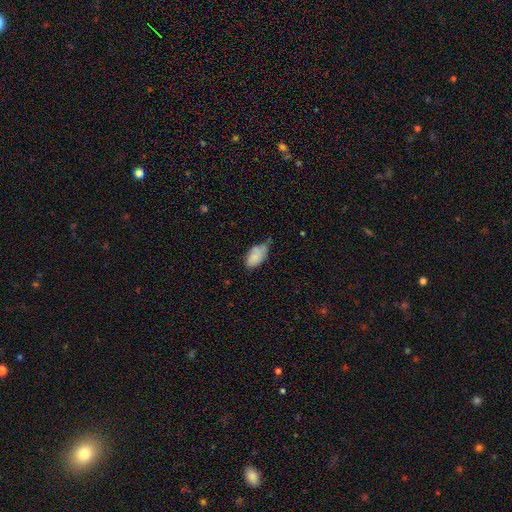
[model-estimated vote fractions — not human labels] This is clearly a smooth galaxy (81%). How rounded: clearly in between (94%). Merging: possibly minor disturbance (47%).